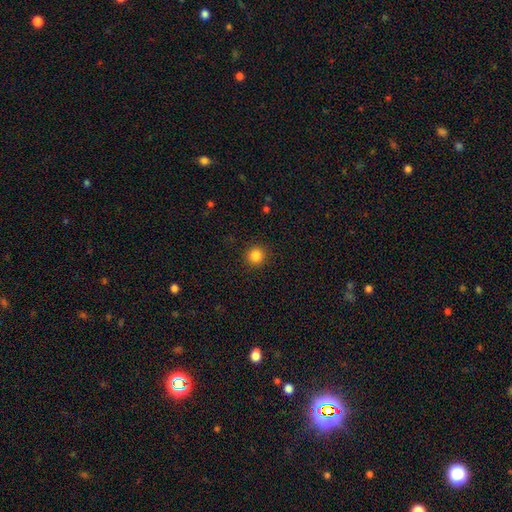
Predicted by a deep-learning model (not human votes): Q: Smooth or featured?
A: smooth (85%); runner-up: star or artifact (11%)
Q: How rounded?
A: round (95%); runner-up: in between (5%)
Q: Merging?
A: none (92%); runner-up: minor disturbance (5%)